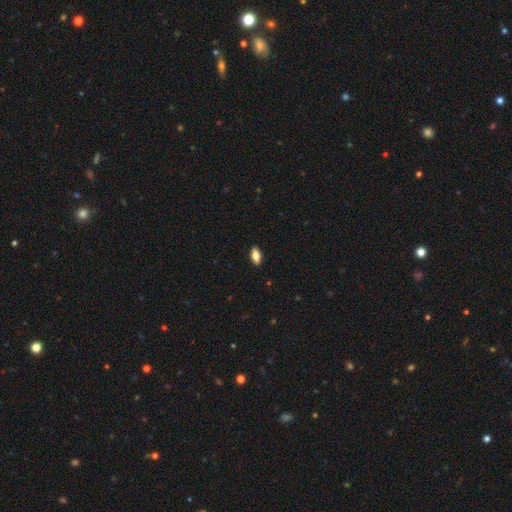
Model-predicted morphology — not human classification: Overall: smooth (78%). How rounded: in between (88%). Merging: none (90%).